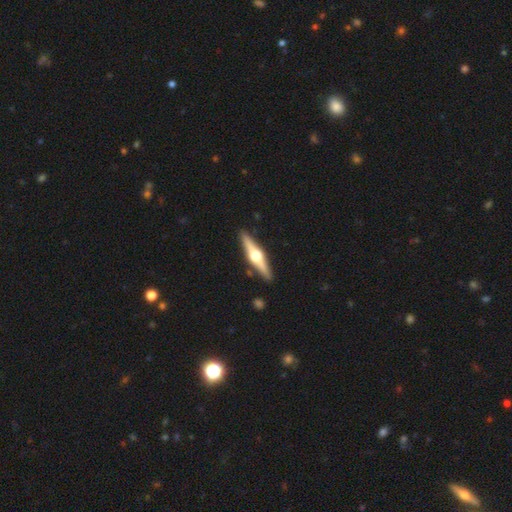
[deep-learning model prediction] Morphology: type=featured or disk (77%); edge-on=yes (98%); edge-on bulge=rounded (96%); merging=none (90%).